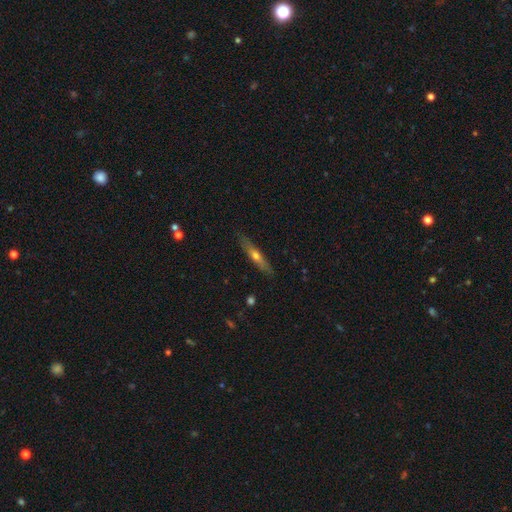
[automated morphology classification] This is possibly a featured or disk galaxy (49%). Merging: clearly none (86%).